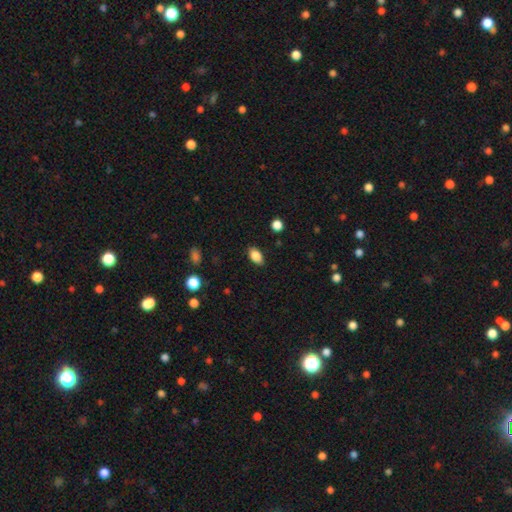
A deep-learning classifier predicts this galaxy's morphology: A smooth galaxy with no disk features (85%) that is in between round and cigar-shaped (89%).

Vote fractions:
- Smooth or featured? smooth: 85% / star or artifact: 8% / featured or disk: 7%
- How rounded? in between: 89% / round: 8% / cigar-shaped: 3%
- Merging? none: 86% / minor disturbance: 10% / major disturbance: 2% / merger: 1%